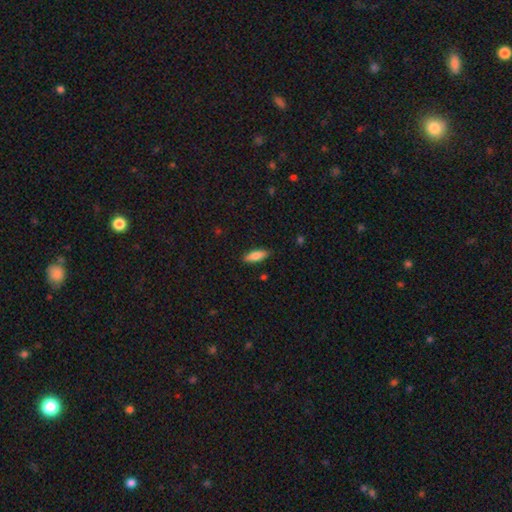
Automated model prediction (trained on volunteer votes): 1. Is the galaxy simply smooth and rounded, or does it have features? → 77% smooth, 17% featured or disk, 6% star or artifact.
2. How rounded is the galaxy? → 62% in between, 36% cigar-shaped, 2% round.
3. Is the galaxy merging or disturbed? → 87% none, 10% minor disturbance, 2% major disturbance, 1% merger.